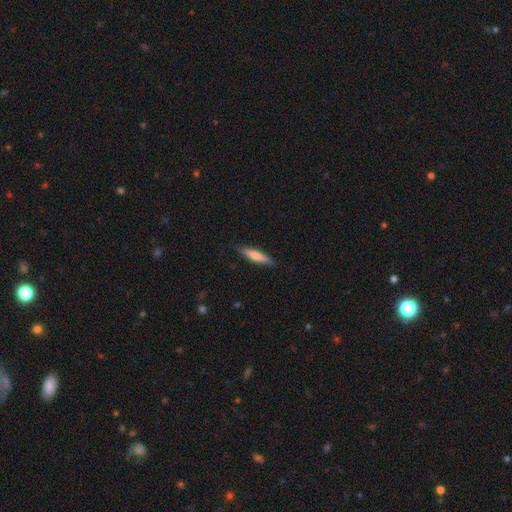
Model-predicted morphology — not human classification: This is likely a smooth galaxy (70%). How rounded: clearly cigar-shaped (84%). Merging: clearly none (87%).